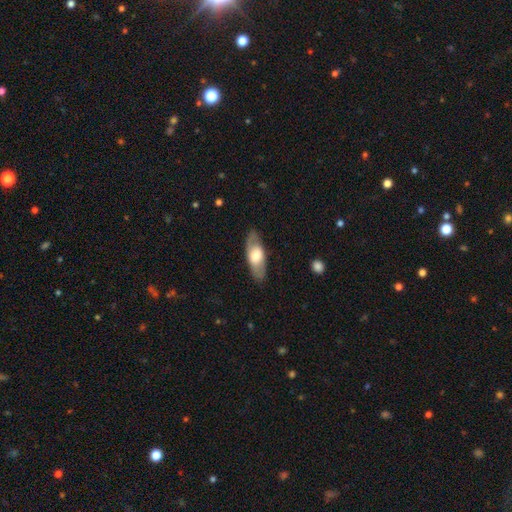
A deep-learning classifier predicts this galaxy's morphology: smooth 51%, featured or disk 44%, star or artifact 5%. Down the decision tree: how rounded — in between (76%); merging — none (82%).